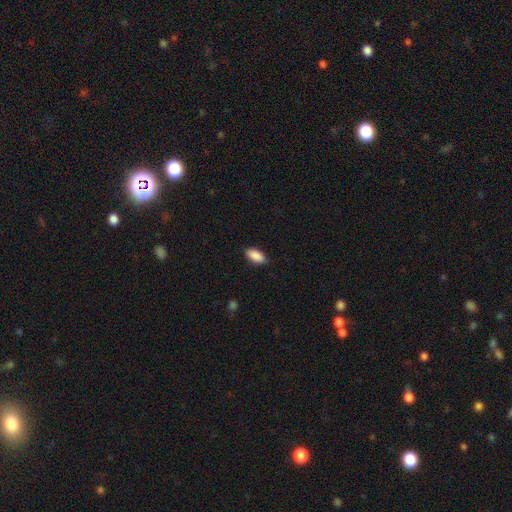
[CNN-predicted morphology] Smooth or featured? Predicted: smooth (p=0.90). How rounded? Predicted: in between (p=0.93). Merging? Predicted: none (p=0.87).